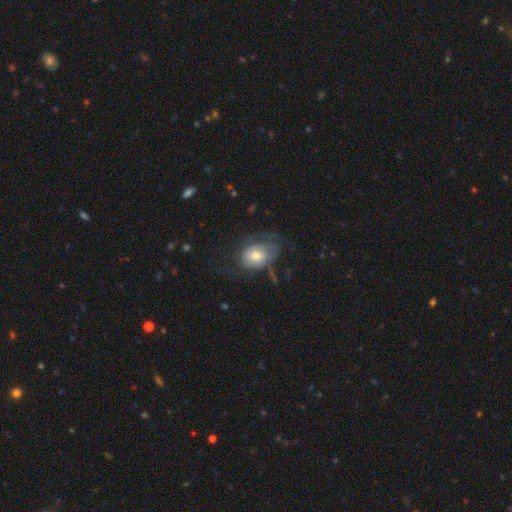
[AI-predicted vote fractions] Overall: smooth (47%; featured or disk 44%). Merging: none (40%; major disturbance 32%).